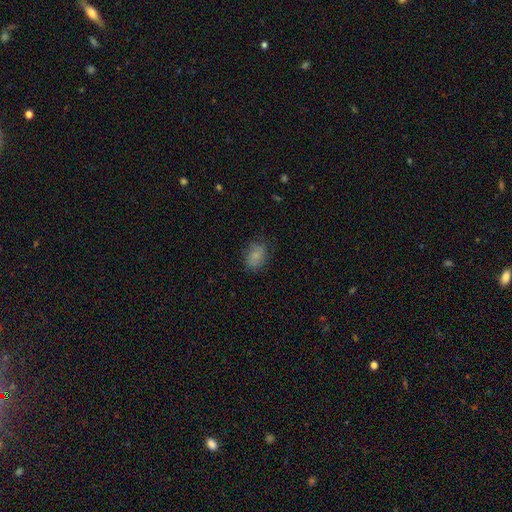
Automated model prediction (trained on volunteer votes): smooth_or_featured: smooth (p=0.78) [alt: featured or disk p=0.13]
how_rounded: in between (p=0.61) [alt: round p=0.38]
merging: none (p=0.74) [alt: minor disturbance p=0.19]